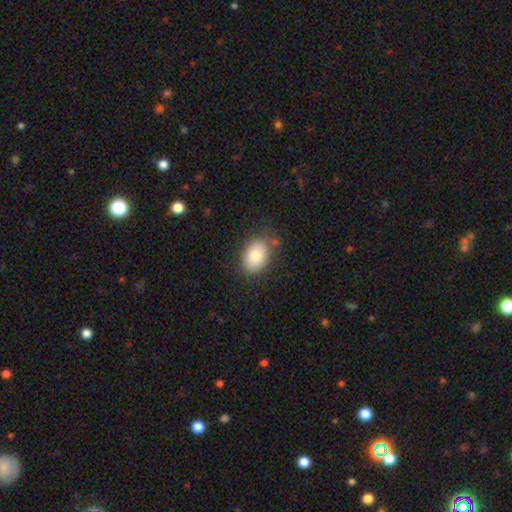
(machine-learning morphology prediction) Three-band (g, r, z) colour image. It shows a smooth galaxy with no disk features (81%) that is in between round and cigar-shaped (84%). Merging: none (78%).